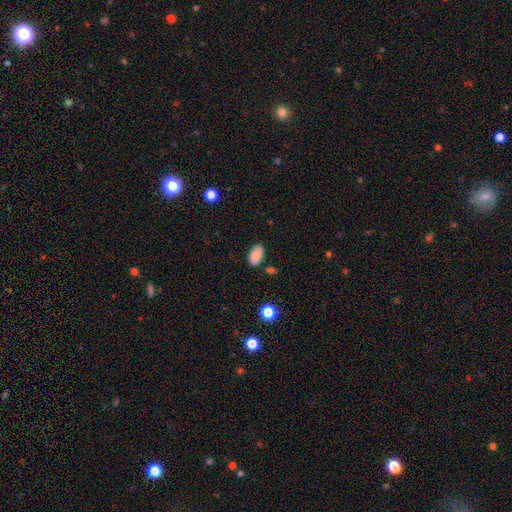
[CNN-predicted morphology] type=smooth (84%); roundness=in between (92%); merging=none (72%).